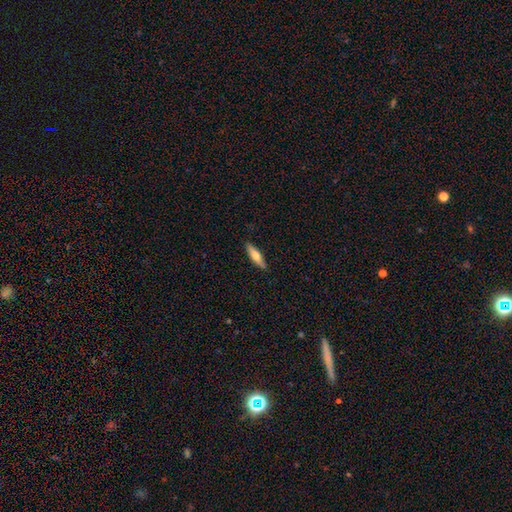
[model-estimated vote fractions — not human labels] A smooth galaxy with no disk features (60%) that is cigar-shaped (70%). Merging: none (89%).